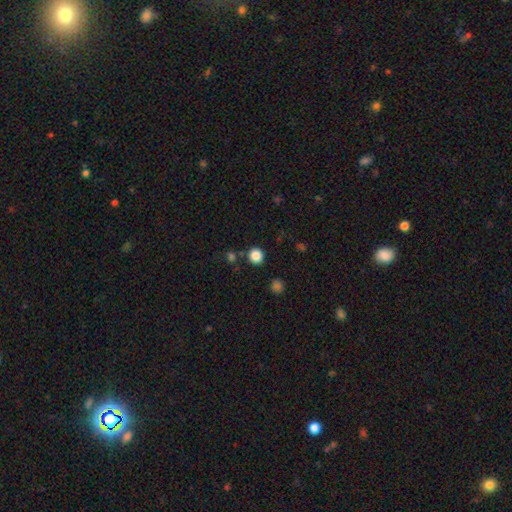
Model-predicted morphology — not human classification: Q: Smooth or featured?
A: smooth (86%); runner-up: star or artifact (11%)
Q: How rounded?
A: round (93%); runner-up: in between (6%)
Q: Merging?
A: none (86%); runner-up: minor disturbance (6%)